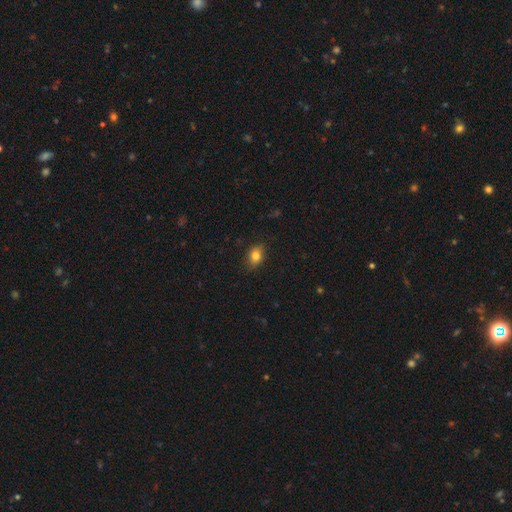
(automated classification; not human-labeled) This is clearly a smooth galaxy (81%). How rounded: likely in between (73%). Merging: clearly none (85%).